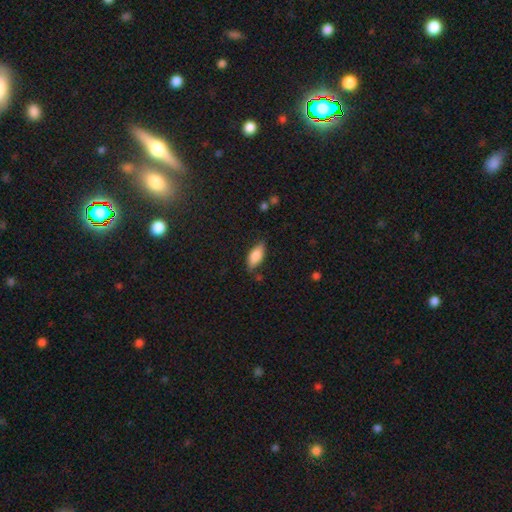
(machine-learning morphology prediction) Q: Smooth or featured?
A: smooth (82%); runner-up: featured or disk (12%)
Q: How rounded?
A: in between (82%); runner-up: cigar-shaped (16%)
Q: Merging?
A: none (75%); runner-up: minor disturbance (18%)